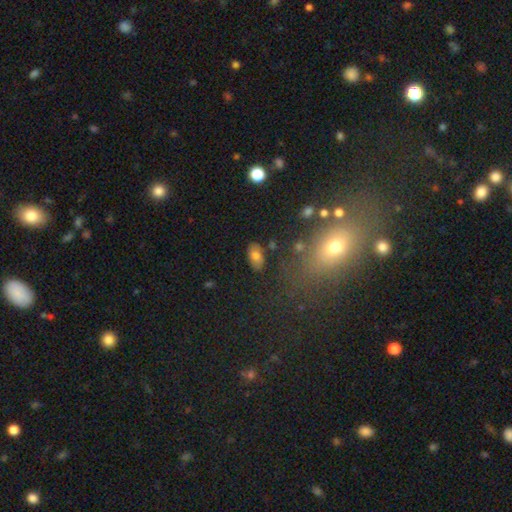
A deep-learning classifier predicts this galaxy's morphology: Q: Smooth or featured?
A: smooth (71%); runner-up: featured or disk (17%)
Q: How rounded?
A: in between (92%); runner-up: round (5%)
Q: Merging?
A: none (81%); runner-up: minor disturbance (13%)